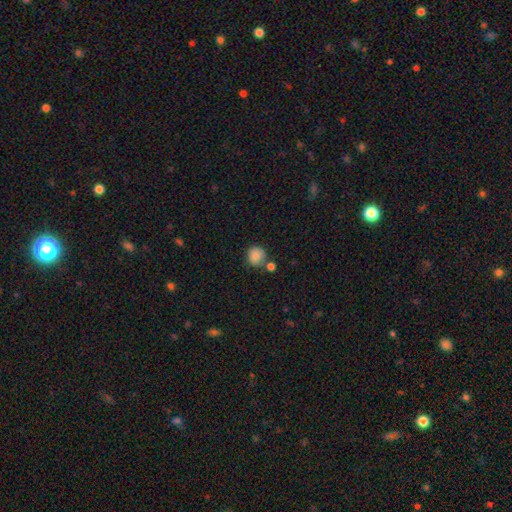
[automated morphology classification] Q: Smooth or featured?
A: smooth (86%); runner-up: star or artifact (9%)
Q: How rounded?
A: round (87%); runner-up: in between (12%)
Q: Merging?
A: none (65%); runner-up: merger (18%)